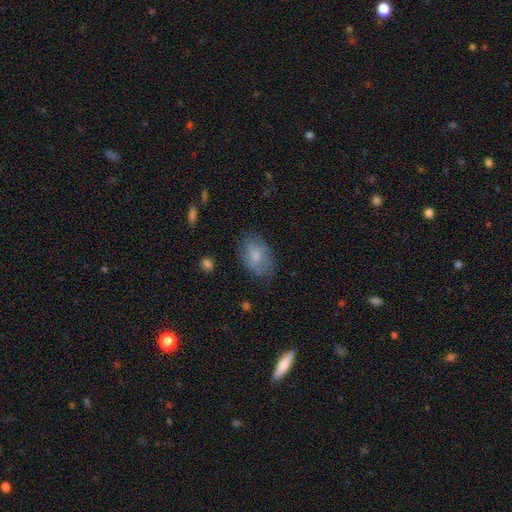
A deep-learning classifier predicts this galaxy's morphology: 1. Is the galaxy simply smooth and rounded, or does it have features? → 68% smooth, 24% featured or disk, 8% star or artifact.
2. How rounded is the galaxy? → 83% in between, 15% round, 1% cigar-shaped.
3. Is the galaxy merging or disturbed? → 66% none, 24% minor disturbance, 9% major disturbance, 1% merger.